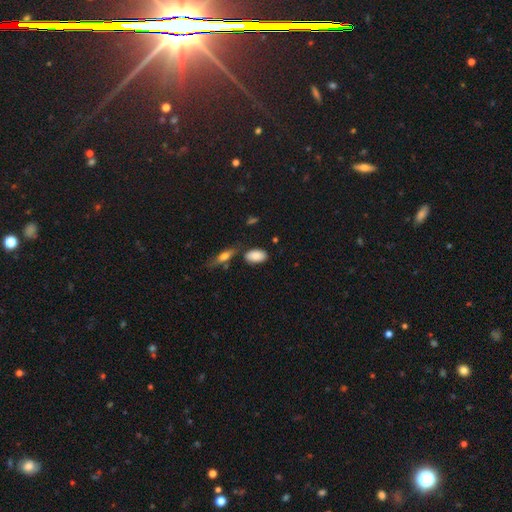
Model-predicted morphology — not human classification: This is clearly a smooth galaxy (87%). How rounded: clearly in between (93%). Merging: likely none (72%).